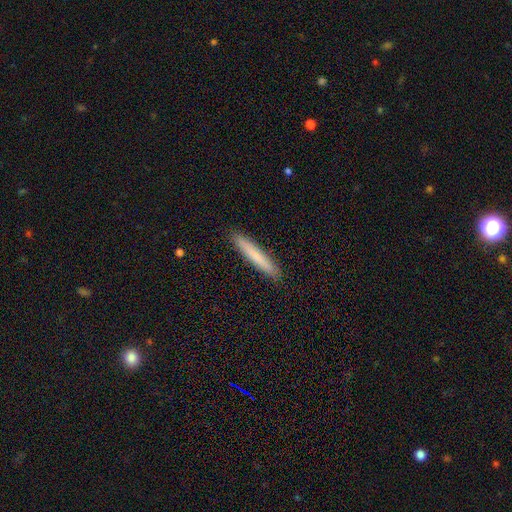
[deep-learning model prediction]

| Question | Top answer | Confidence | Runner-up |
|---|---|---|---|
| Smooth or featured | smooth | 76% | featured or disk (18%) |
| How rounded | cigar-shaped | 95% | in between (4%) |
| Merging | none | 92% | minor disturbance (6%) |